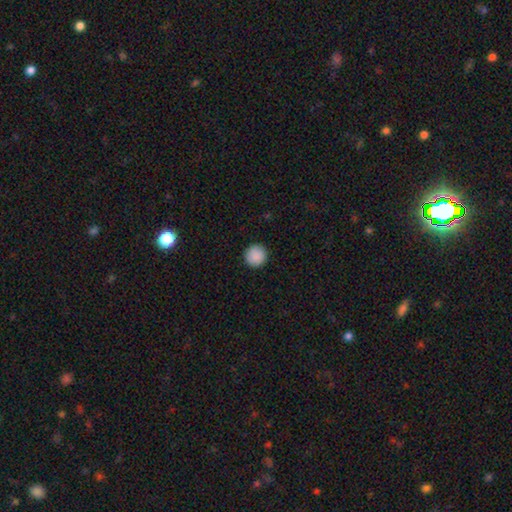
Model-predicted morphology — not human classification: This appears to be a smooth galaxy with no disk features (89%) that is round (95%). Merging: none (92%).